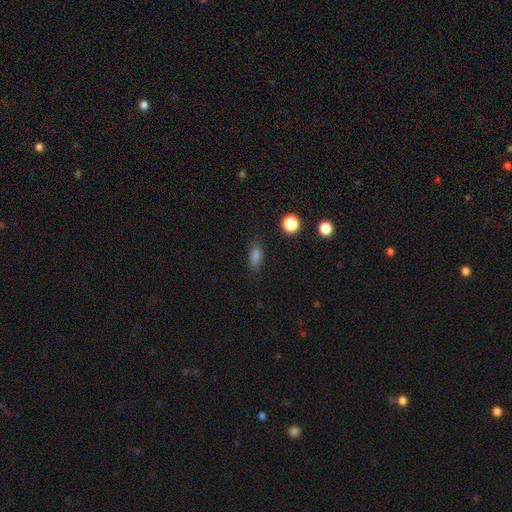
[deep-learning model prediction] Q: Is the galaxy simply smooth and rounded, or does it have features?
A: smooth — 81%.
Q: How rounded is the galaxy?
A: in between — 75%.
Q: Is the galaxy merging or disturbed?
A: none — 80%.